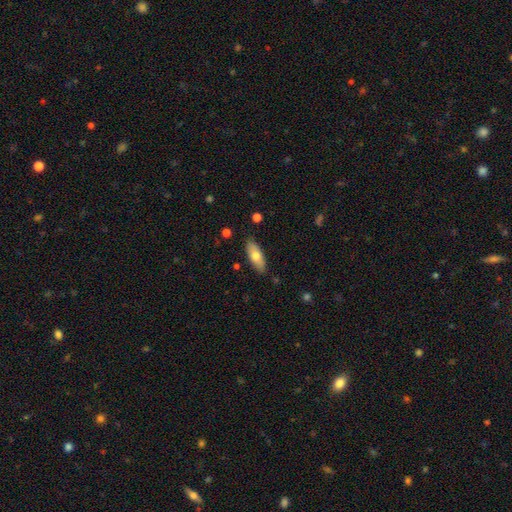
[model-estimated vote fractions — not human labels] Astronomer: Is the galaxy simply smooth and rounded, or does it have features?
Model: smooth — 72%.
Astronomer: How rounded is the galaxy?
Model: in between — 73%.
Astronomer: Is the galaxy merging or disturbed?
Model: none — 86%.